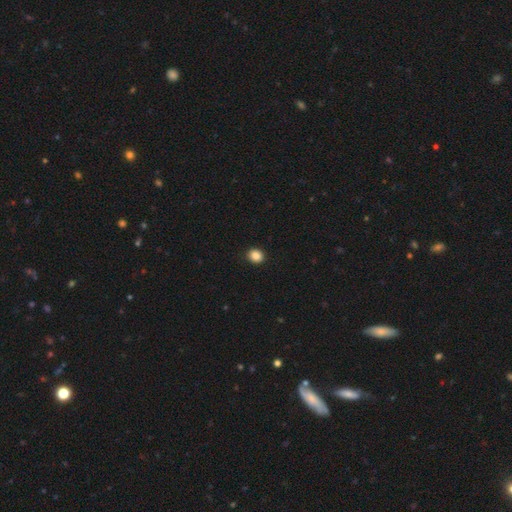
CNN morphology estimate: A smooth galaxy with no disk features (87%) that is round (76%).

Vote fractions:
- Smooth or featured? smooth: 87% / star or artifact: 10% / featured or disk: 3%
- How rounded? round: 76% / in between: 23% / cigar-shaped: 1%
- Merging? none: 92% / minor disturbance: 6% / major disturbance: 2% / merger: 1%